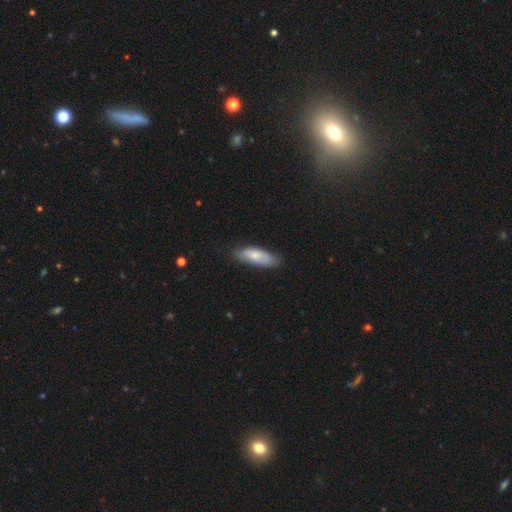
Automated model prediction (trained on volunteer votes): This is likely a smooth galaxy (71%). How rounded: likely in between (69%). Merging: likely none (73%).